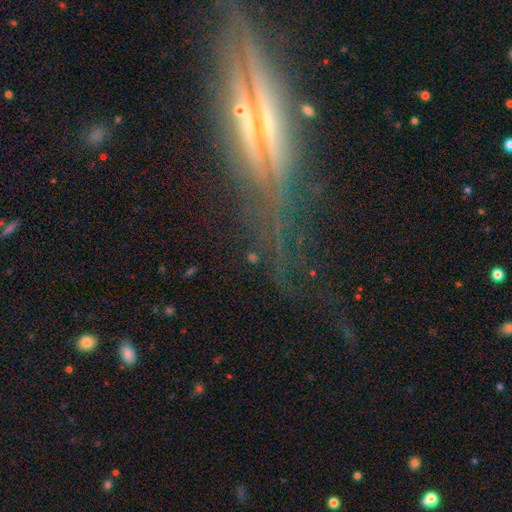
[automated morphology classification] Overall: star or artifact (53%; featured or disk 28%).